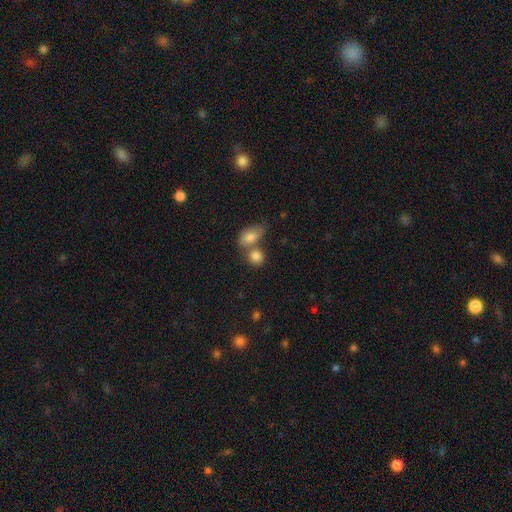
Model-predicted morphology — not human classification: type=smooth (83%); roundness=round (63%); merging=merger (46%).